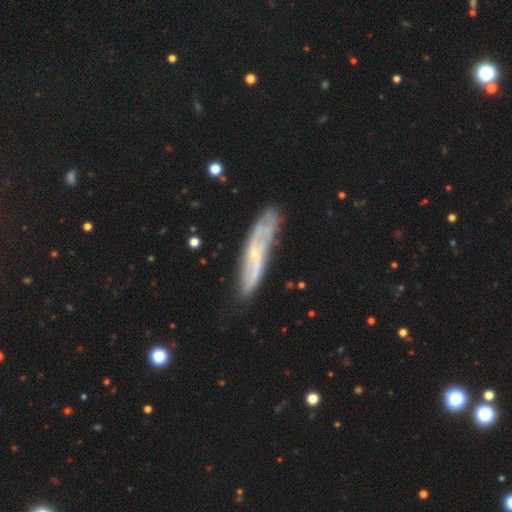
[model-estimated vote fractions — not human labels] Q: Smooth or featured?
A: featured or disk (70%); runner-up: smooth (23%)
Q: Edge-on disk?
A: no (62%); runner-up: yes (38%)
Q: Merging?
A: none (69%); runner-up: minor disturbance (20%)